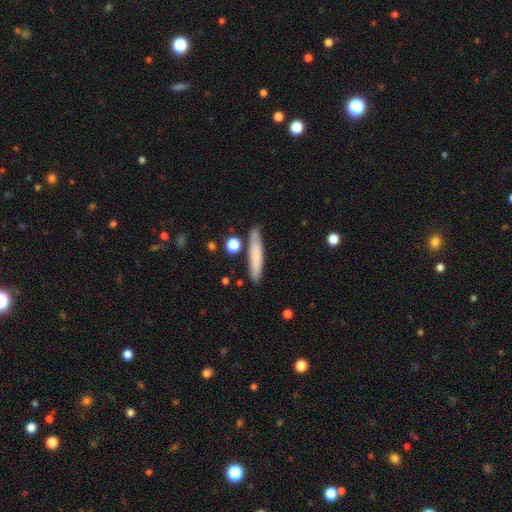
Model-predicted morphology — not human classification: Q: Smooth or featured?
A: smooth (74%); runner-up: featured or disk (19%)
Q: How rounded?
A: cigar-shaped (89%); runner-up: in between (9%)
Q: Merging?
A: none (83%); runner-up: minor disturbance (11%)